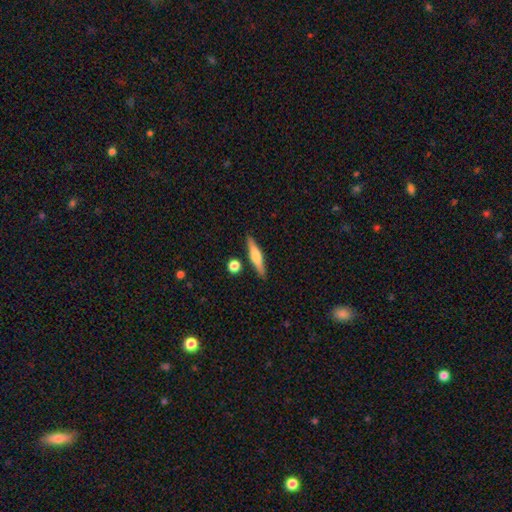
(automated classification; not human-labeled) smooth-or-featured: smooth: 48% | featured or disk: 46% | star or artifact: 6%
  merging: none: 84% | minor disturbance: 9% | merger: 5% | major disturbance: 2%